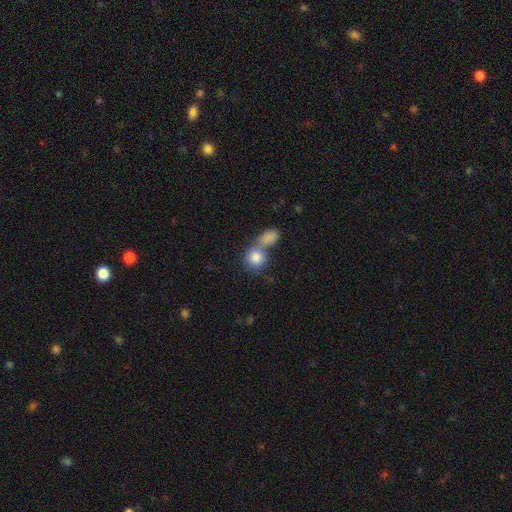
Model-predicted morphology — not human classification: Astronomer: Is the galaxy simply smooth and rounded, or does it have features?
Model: smooth — 84%.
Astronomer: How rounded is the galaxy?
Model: round — 78%.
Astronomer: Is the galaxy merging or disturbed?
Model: merger — 55% (runner-up: none, 34%).